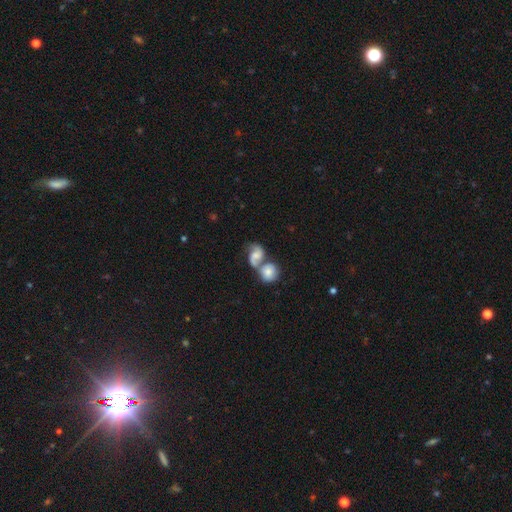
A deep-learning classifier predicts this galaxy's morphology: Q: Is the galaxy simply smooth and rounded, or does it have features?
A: featured or disk — 60%.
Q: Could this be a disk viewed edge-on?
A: no — 97%.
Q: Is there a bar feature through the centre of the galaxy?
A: no — 56%.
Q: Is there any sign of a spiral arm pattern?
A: yes — 88%.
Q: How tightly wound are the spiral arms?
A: medium — 45%.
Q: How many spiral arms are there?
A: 2 — 83%.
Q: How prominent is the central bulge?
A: moderate — 40%.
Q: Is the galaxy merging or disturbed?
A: merger — 65%.